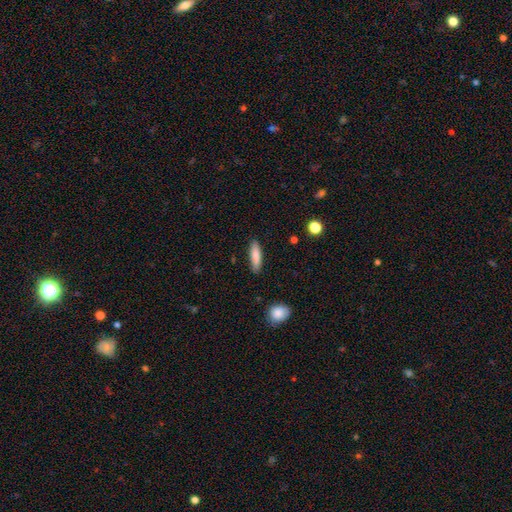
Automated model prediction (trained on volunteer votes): smooth-or-featured: smooth: 83% | featured or disk: 11% | star or artifact: 6%
  how-rounded: cigar-shaped: 67% | in between: 31% | round: 2%
  merging: none: 86% | minor disturbance: 10% | major disturbance: 2% | merger: 1%